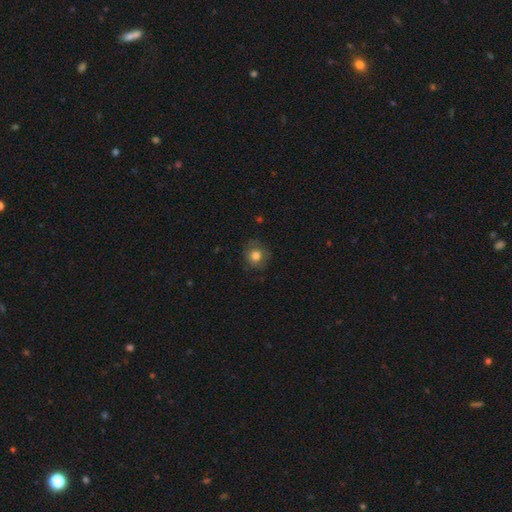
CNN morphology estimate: The model was most divided on "merging": none: 76%, minor disturbance: 17%, major disturbance: 6%, merger: 1%. More confident: how rounded — round (86%); smooth or featured — smooth (78%).